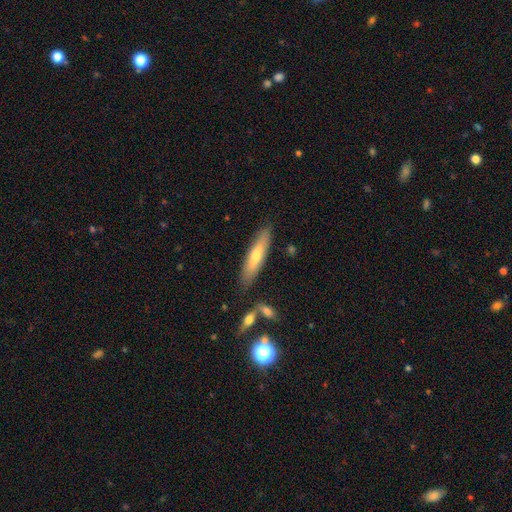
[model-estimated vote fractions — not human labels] Smooth or featured?
  - smooth: 59% *
  - featured or disk: 34%
  - star or artifact: 7%
How rounded?
  - cigar-shaped: 81% *
  - in between: 17%
  - round: 2%
Merging?
  - none: 84% *
  - minor disturbance: 10%
  - merger: 3%
  - major disturbance: 2%